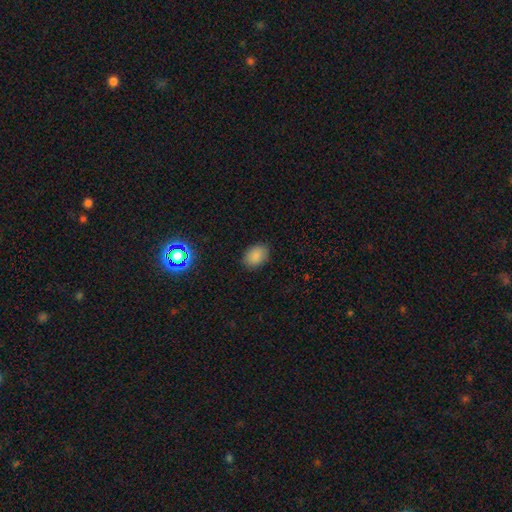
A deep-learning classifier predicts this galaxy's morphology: smooth-or-featured: smooth: 86% | star or artifact: 10% | featured or disk: 4%
  how-rounded: in between: 79% | round: 20% | cigar-shaped: 1%
  merging: none: 86% | minor disturbance: 10% | major disturbance: 3% | merger: 1%